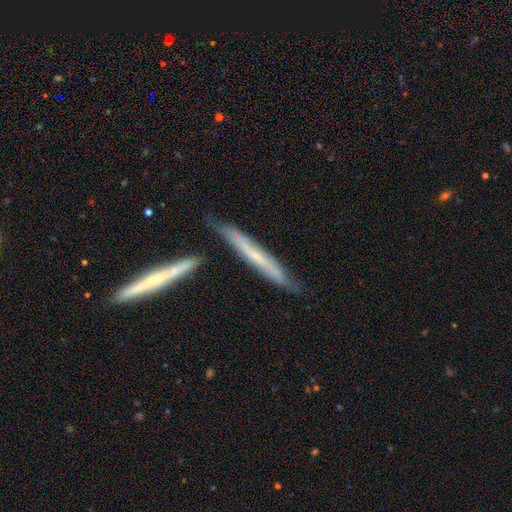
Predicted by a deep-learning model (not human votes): Smooth or featured?
  - featured or disk: 55% *
  - smooth: 39%
  - star or artifact: 6%
Edge-on disk?
  - yes: 88% *
  - no: 12%
Merging?
  - none: 72% *
  - minor disturbance: 16%
  - merger: 9%
  - major disturbance: 3%